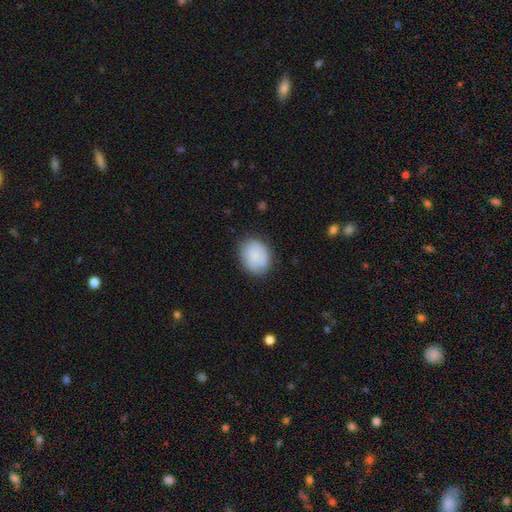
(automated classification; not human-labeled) Smooth or featured: smooth — 80% (featured or disk — 13%)
How rounded: round — 52% (in between — 47%)
Merging: none — 79% (minor disturbance — 16%)